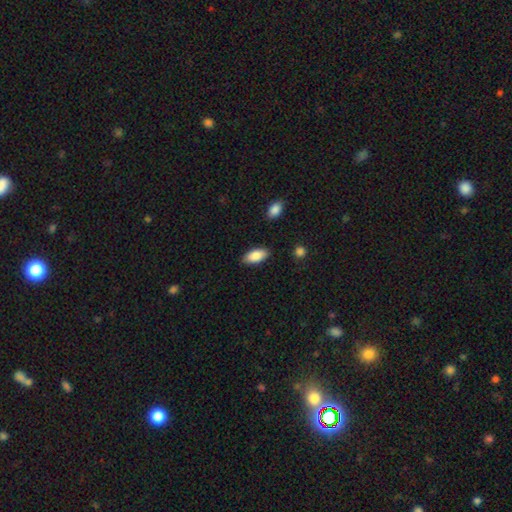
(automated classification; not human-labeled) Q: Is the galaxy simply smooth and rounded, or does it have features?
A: smooth — 86%.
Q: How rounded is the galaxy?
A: in between — 92%.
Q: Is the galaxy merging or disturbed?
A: none — 86%.